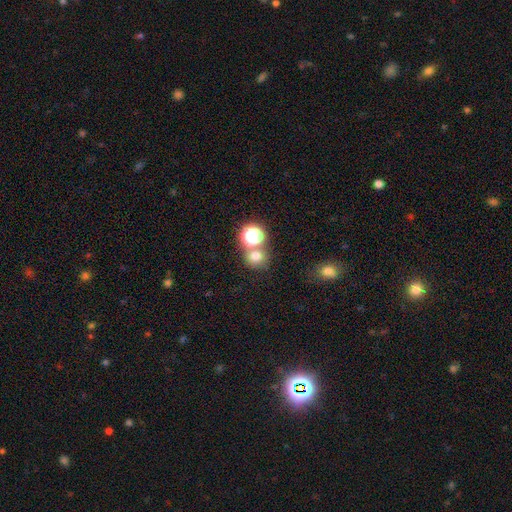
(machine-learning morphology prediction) Smooth or featured? Predicted: smooth (p=0.71). How rounded? Predicted: round (p=0.84). Merging? Predicted: none (p=0.62).